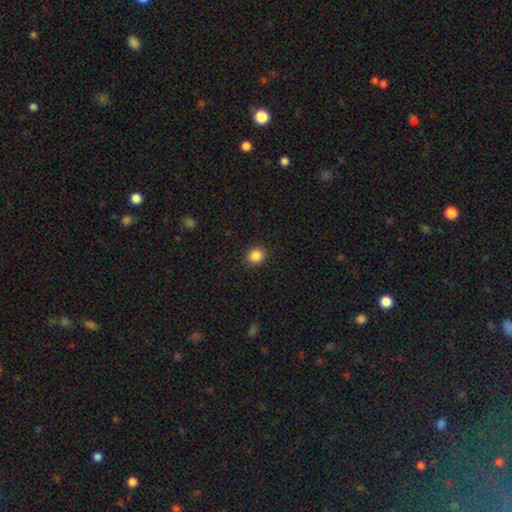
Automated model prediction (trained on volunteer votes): smooth 87%, star or artifact 10%, featured or disk 3%. Down the decision tree: how rounded — round (77%); merging — none (91%).